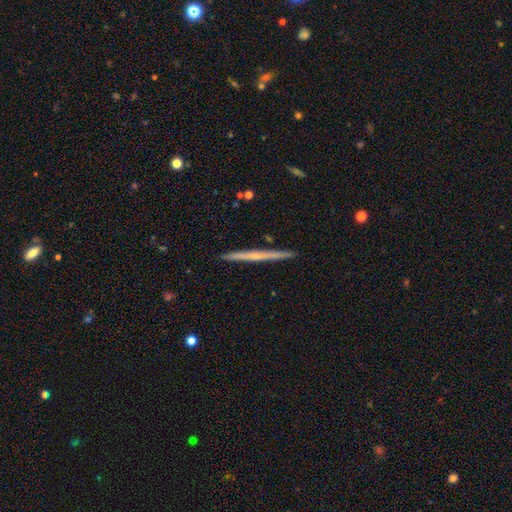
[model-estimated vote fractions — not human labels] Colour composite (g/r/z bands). It shows a featured or disk galaxy (58%) viewed edge-on (98%) with no central bulge (74%). Merging: none (93%).